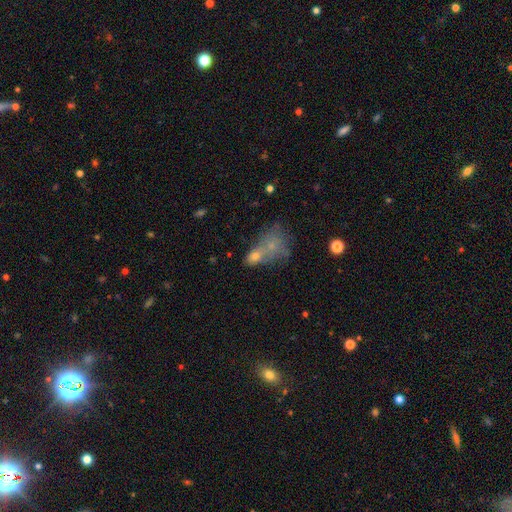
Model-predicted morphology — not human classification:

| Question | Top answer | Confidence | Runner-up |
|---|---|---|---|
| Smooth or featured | smooth | 60% | featured or disk (24%) |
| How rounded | in between | 66% | round (29%) |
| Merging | merger | 57% | none (22%) |